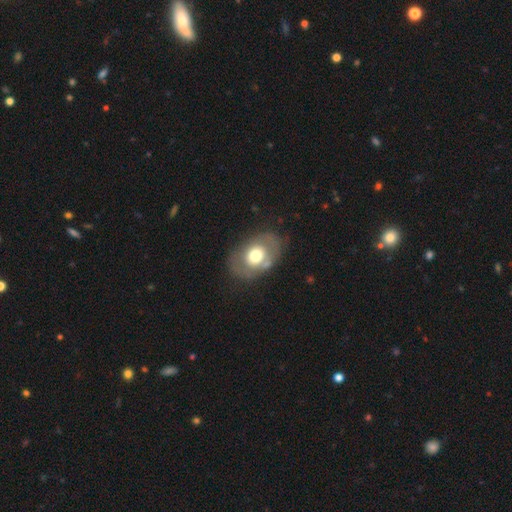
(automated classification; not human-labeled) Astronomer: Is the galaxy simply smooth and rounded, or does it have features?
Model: smooth — 57% (runner-up: featured or disk, 36%).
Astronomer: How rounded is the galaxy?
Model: in between — 75%.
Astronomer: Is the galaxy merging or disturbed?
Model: none — 70%.